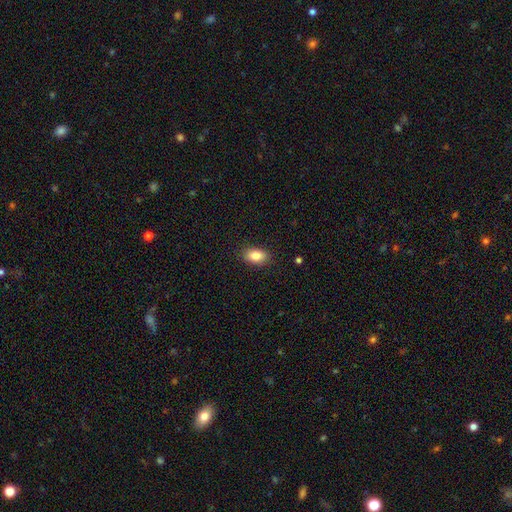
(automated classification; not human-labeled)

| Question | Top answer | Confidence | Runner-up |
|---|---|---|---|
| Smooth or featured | smooth | 84% | star or artifact (8%) |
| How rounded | in between | 88% | round (10%) |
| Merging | none | 88% | minor disturbance (9%) |